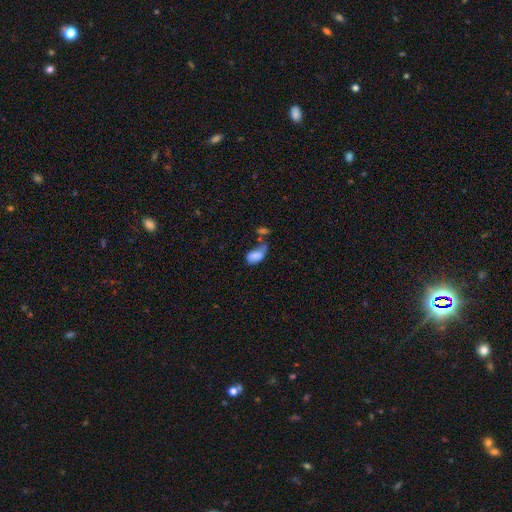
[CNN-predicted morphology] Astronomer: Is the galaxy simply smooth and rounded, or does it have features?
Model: smooth — 80%.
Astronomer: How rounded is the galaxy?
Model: in between — 92%.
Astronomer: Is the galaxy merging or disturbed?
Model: none — 27% (runner-up: merger, 26%).